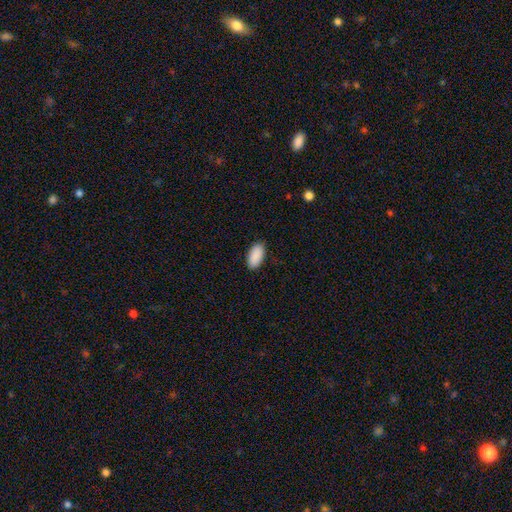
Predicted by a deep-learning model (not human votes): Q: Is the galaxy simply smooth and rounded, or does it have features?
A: smooth — 91%.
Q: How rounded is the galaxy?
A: in between — 95%.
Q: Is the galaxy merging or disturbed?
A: none — 89%.